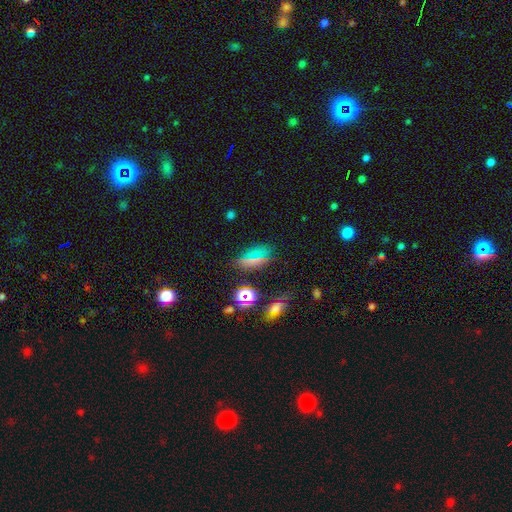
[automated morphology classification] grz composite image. It shows a smooth galaxy with no disk features (50%) that is in between round and cigar-shaped (68%). Merging: none (72%).